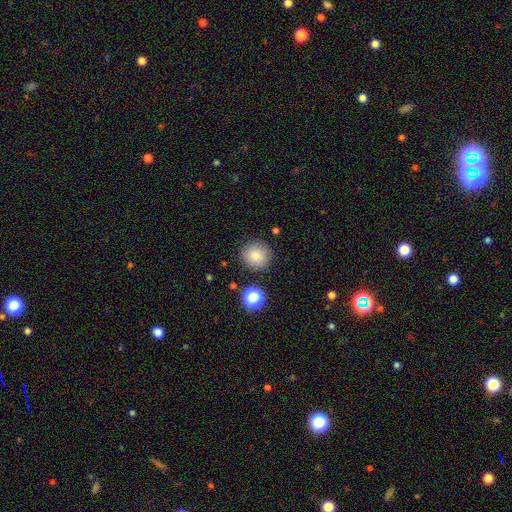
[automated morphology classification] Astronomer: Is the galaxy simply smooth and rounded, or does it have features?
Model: smooth — 80%.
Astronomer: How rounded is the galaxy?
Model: round — 94%.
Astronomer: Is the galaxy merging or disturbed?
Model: none — 87%.